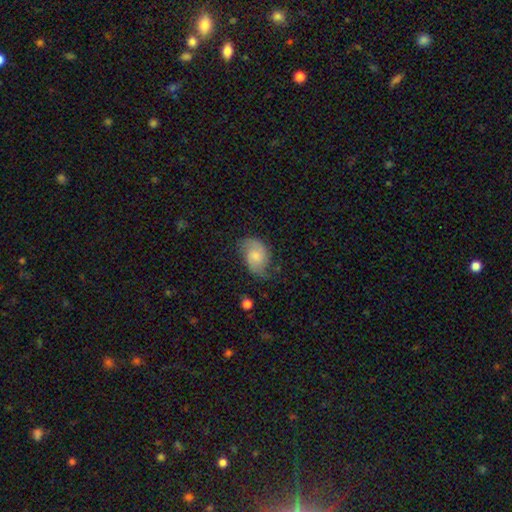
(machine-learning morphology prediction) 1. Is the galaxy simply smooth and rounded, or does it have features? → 59% featured or disk, 33% smooth, 8% star or artifact.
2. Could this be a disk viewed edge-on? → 97% no, 3% yes.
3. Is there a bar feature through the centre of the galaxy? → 64% no, 32% weak, 4% strong.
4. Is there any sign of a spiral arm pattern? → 91% yes, 9% no.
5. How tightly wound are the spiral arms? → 45% medium, 35% loose, 20% tight.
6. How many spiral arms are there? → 84% 2, 8% can't tell, 4% 1, 2% 3, 1% 4, 1% more than 4.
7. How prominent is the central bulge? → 43% small, 38% moderate, 12% none, 6% large, 2% dominant.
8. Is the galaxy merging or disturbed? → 60% none, 27% minor disturbance, 11% major disturbance, 2% merger.